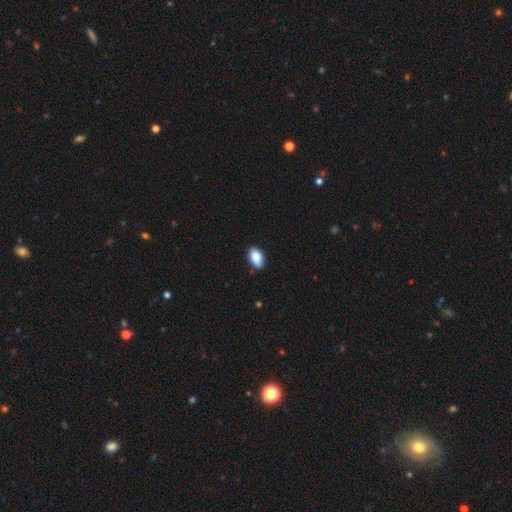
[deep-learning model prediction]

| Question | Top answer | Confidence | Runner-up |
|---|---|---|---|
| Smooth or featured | smooth | 88% | star or artifact (7%) |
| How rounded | in between | 92% | round (6%) |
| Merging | none | 82% | minor disturbance (15%) |